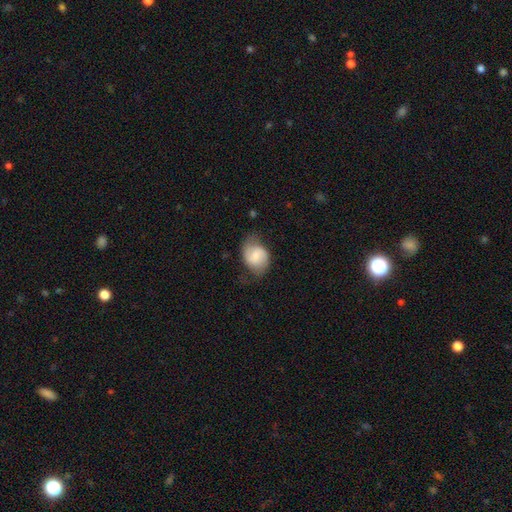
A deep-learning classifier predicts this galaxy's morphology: smooth-or-featured: smooth: 48% | featured or disk: 45% | star or artifact: 7%
  merging: none: 60% | minor disturbance: 28% | major disturbance: 11% | merger: 1%